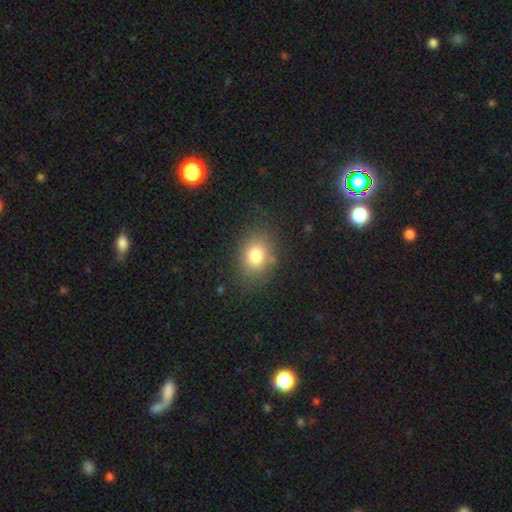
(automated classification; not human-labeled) This is likely a smooth galaxy (79%). How rounded: likely in between (61%). Merging: likely none (80%).